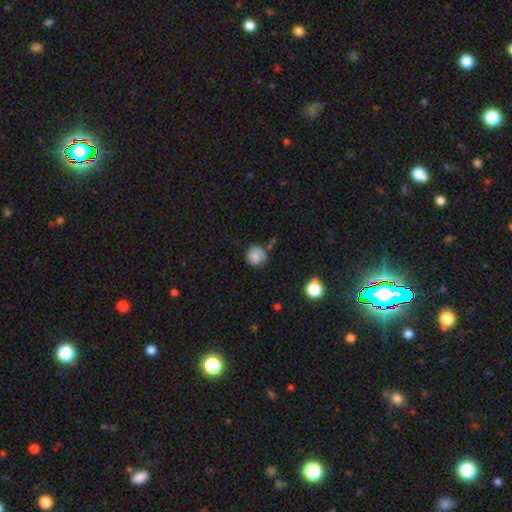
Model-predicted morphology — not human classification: A smooth galaxy with no disk features (75%) that is round (88%). Merging: none (63%).